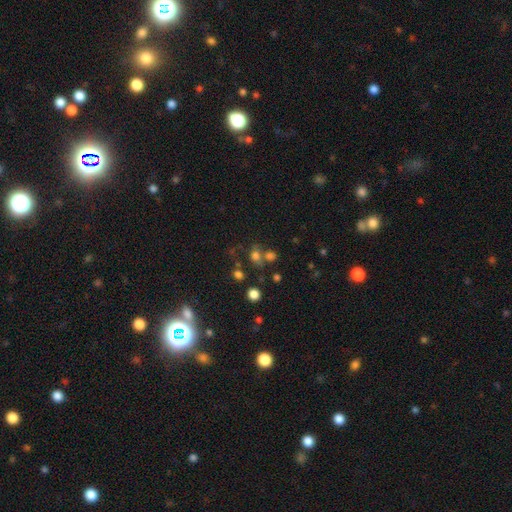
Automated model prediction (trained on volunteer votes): Smooth or featured: smooth — 67% (star or artifact — 21%)
How rounded: round — 64% (in between — 34%)
Merging: none — 52% (merger — 28%)